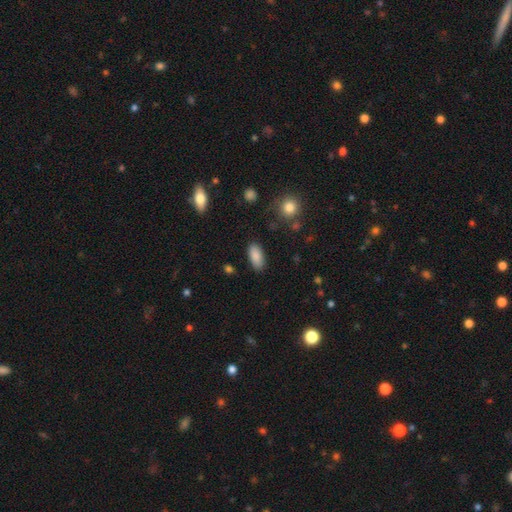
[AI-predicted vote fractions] Morphology: type=smooth (88%); roundness=in between (90%); merging=none (86%).